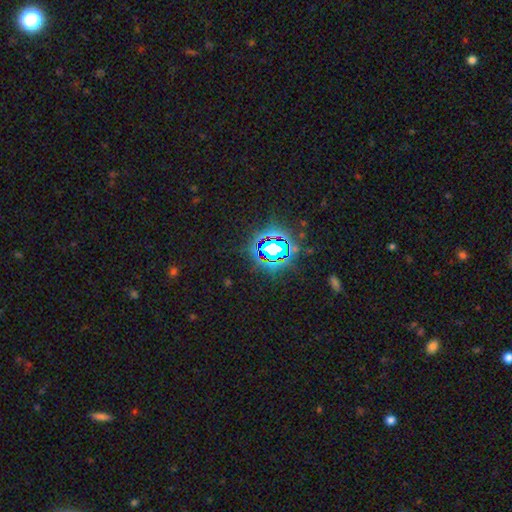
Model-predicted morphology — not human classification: type=star or artifact (80%).